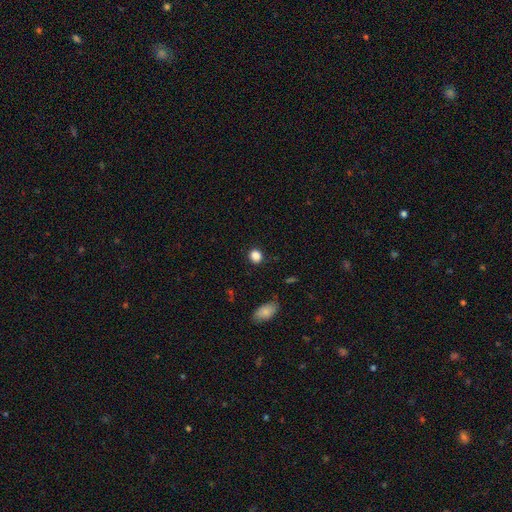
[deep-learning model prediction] A smooth galaxy with no disk features (86%) that is round (78%). Merging: none (87%).